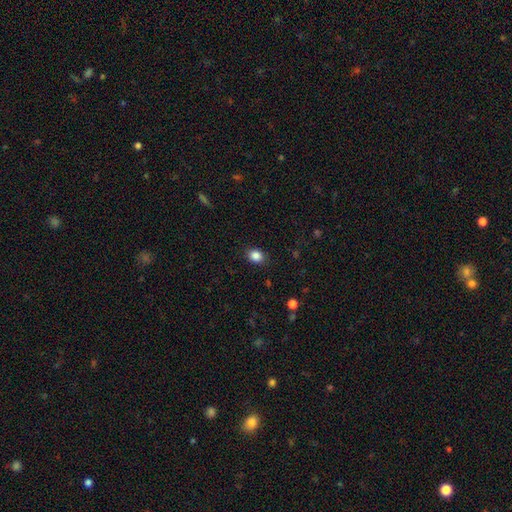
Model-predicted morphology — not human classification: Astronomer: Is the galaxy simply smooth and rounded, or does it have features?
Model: smooth — 86%.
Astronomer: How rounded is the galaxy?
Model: in between — 52% (runner-up: round, 47%).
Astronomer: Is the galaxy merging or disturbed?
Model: none — 88%.